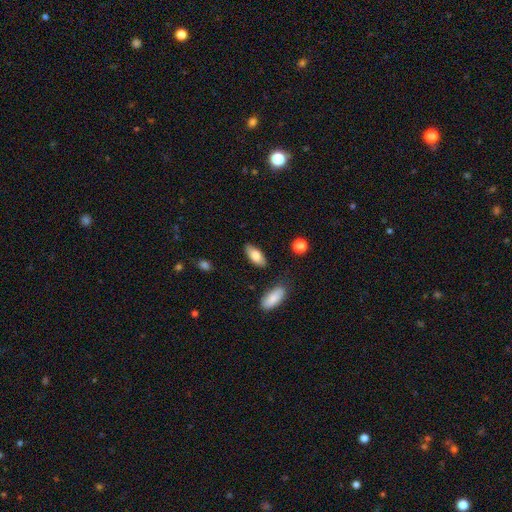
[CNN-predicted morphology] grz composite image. It shows a smooth galaxy with no disk features (80%) that is in between round and cigar-shaped (86%). Merging: none (82%).